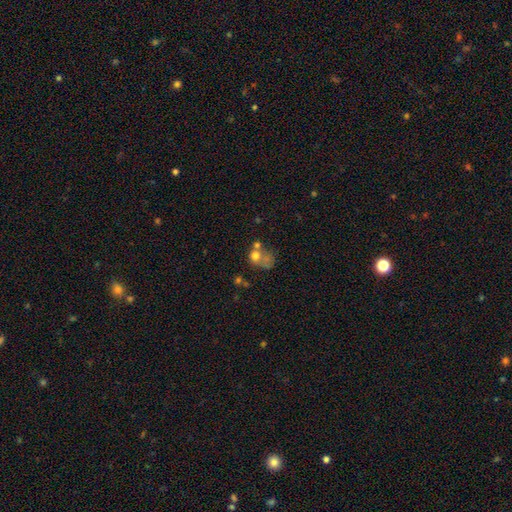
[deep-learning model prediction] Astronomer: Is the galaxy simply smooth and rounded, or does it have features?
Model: smooth — 64%.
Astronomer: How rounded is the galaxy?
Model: round — 60% (runner-up: in between, 38%).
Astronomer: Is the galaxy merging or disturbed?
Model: merger — 46% (runner-up: none, 24%).